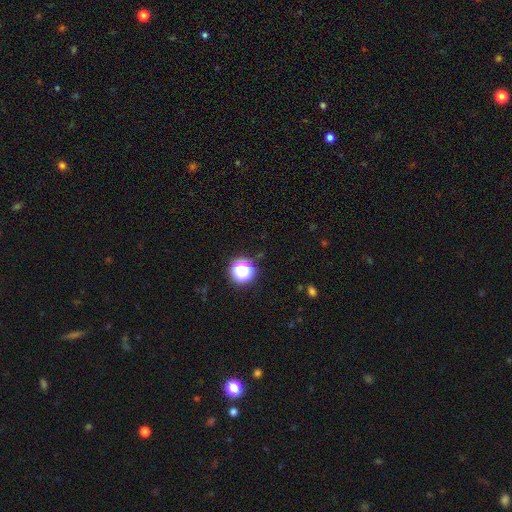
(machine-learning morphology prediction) type=star or artifact (66%).